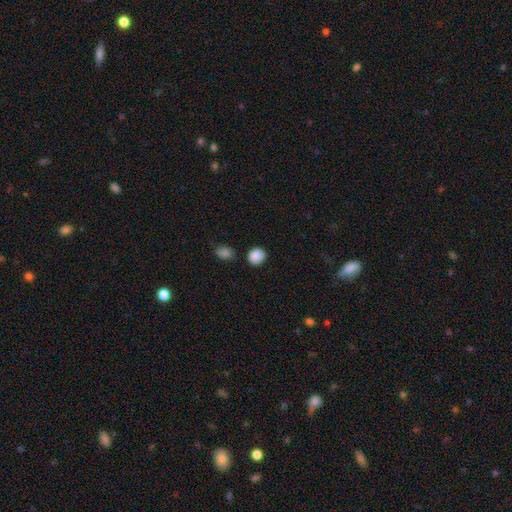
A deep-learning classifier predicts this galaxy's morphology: This is clearly a smooth galaxy (87%). How rounded: likely round (79%). Merging: clearly none (80%).